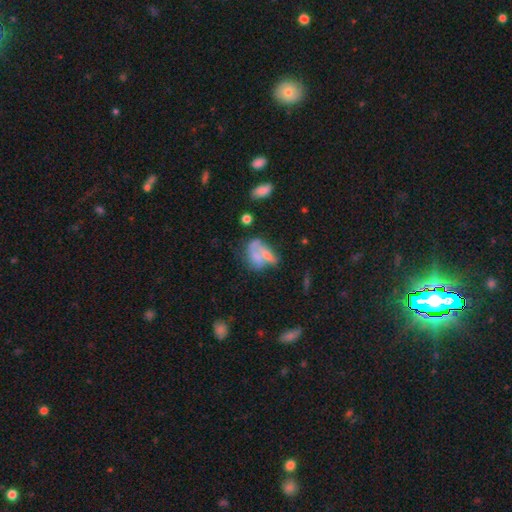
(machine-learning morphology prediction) Smooth or featured? Predicted: smooth (p=0.50). How rounded? Predicted: in between (p=0.76). Merging? Predicted: merger (p=0.36).